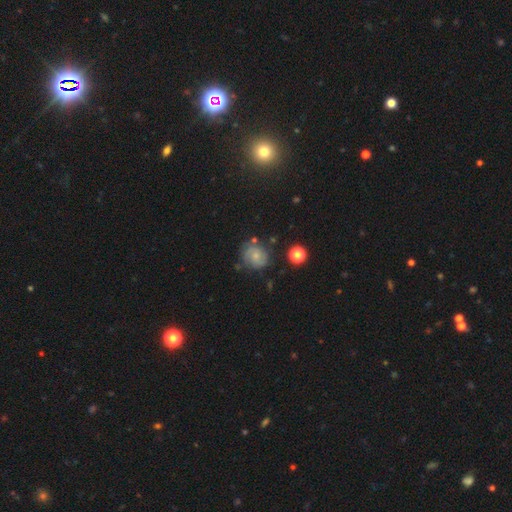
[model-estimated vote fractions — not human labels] A featured or disk galaxy (48%).

Vote fractions:
- Smooth or featured? featured or disk: 48% / smooth: 41% / star or artifact: 11%
- Merging? none: 66% / minor disturbance: 22% / major disturbance: 8% / merger: 4%